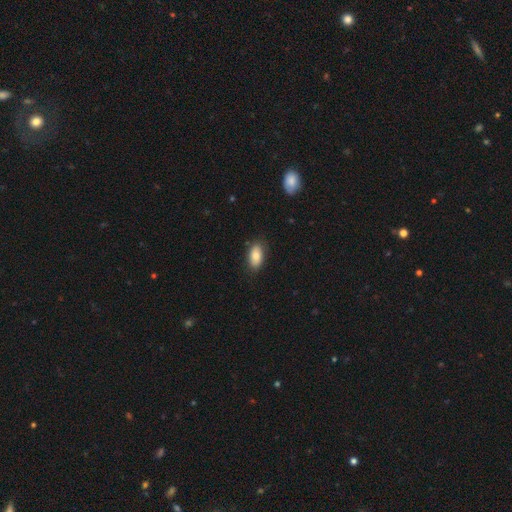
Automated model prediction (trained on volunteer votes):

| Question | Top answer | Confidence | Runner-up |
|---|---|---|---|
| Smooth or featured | smooth | 80% | featured or disk (12%) |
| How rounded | in between | 92% | round (4%) |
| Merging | none | 82% | minor disturbance (14%) |